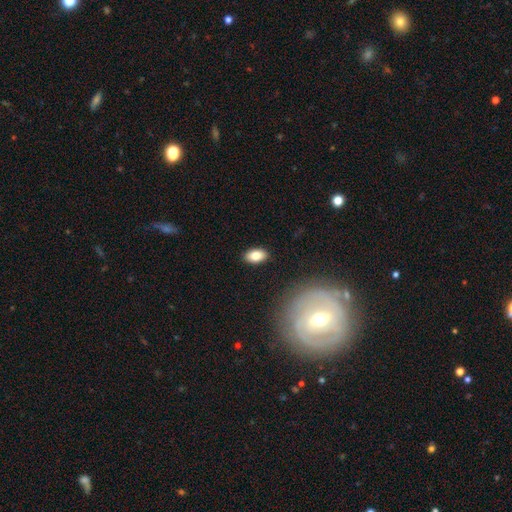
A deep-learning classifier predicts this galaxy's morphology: Smooth or featured: smooth — 81% (featured or disk — 11%)
How rounded: in between — 92% (round — 6%)
Merging: none — 89% (minor disturbance — 8%)